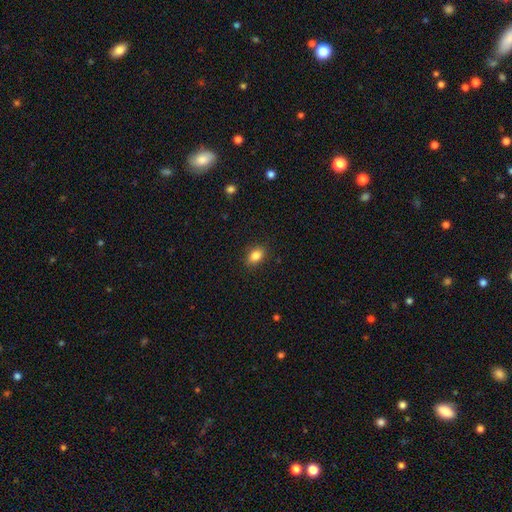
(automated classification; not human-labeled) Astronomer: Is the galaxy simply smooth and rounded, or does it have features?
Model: smooth — 85%.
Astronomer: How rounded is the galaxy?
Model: in between — 80%.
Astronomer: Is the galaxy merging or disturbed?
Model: none — 88%.